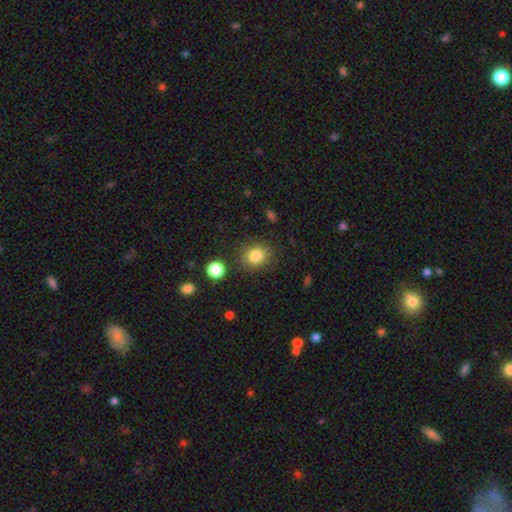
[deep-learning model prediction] A smooth galaxy with no disk features (83%) that is round (71%). Merging: none (84%).